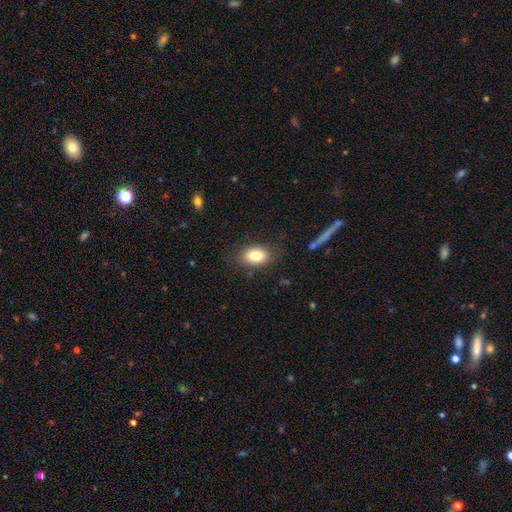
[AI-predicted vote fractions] smooth-or-featured: smooth: 81% | featured or disk: 10% | star or artifact: 9%
  how-rounded: in between: 83% | round: 15% | cigar-shaped: 2%
  merging: none: 82% | minor disturbance: 13% | major disturbance: 4% | merger: 2%